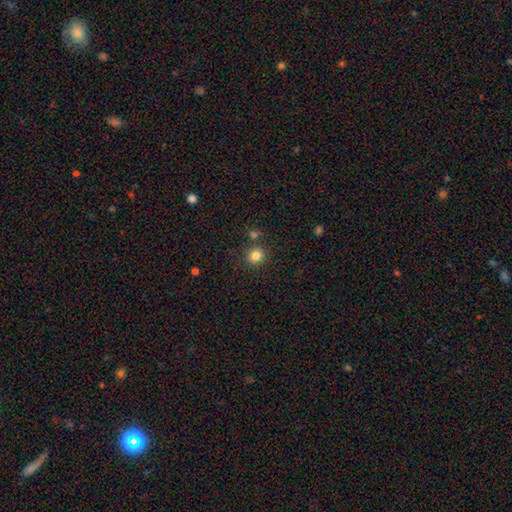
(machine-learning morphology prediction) Smooth or featured: smooth — 83% (star or artifact — 12%)
How rounded: round — 88% (in between — 11%)
Merging: none — 81% (merger — 8%)